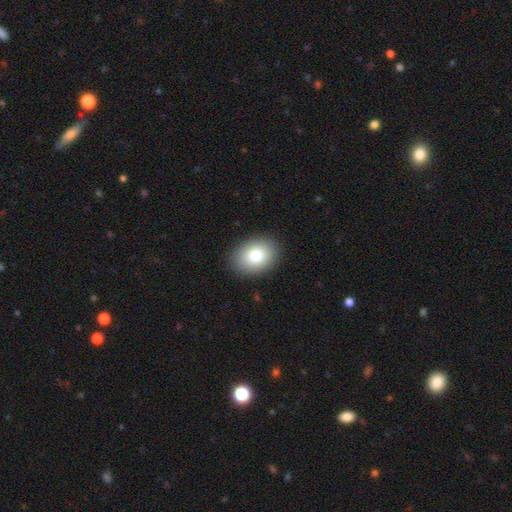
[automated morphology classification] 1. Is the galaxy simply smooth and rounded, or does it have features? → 82% smooth, 10% featured or disk, 8% star or artifact.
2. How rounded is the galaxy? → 72% in between, 27% round, 1% cigar-shaped.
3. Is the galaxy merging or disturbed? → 89% none, 8% minor disturbance, 2% major disturbance, 1% merger.